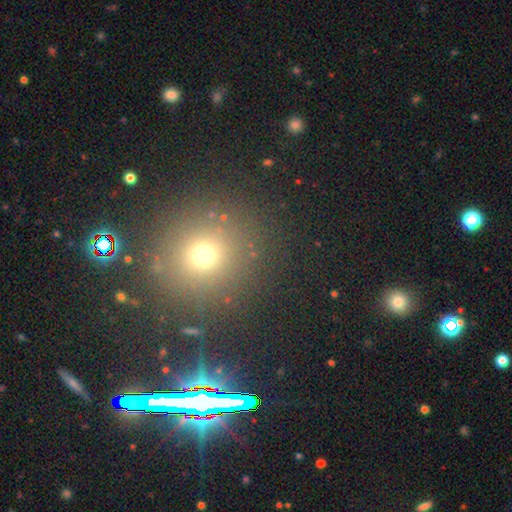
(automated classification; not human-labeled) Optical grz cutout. It shows a smooth galaxy with no disk features (54%) that is round (89%). Merging: none (87%).